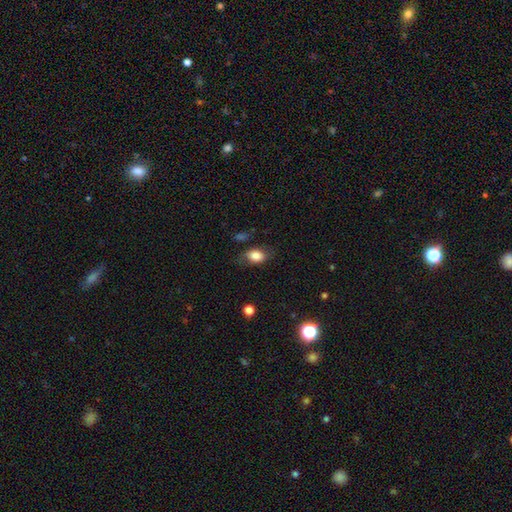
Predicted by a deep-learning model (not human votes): Smooth or featured?
  - smooth: 81% *
  - featured or disk: 11%
  - star or artifact: 8%
How rounded?
  - in between: 84% *
  - round: 14%
  - cigar-shaped: 2%
Merging?
  - none: 67% *
  - minor disturbance: 22%
  - major disturbance: 9%
  - merger: 2%